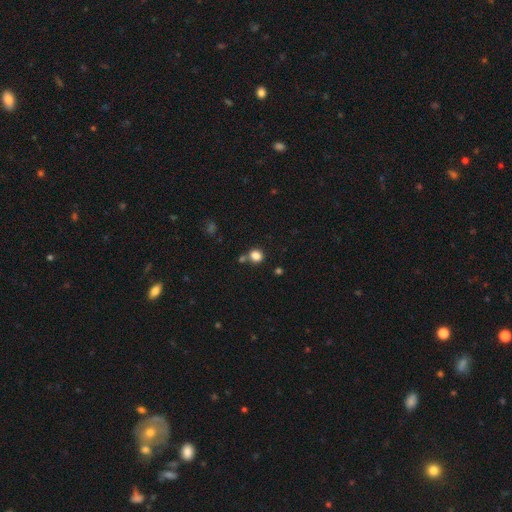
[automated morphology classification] The model was most divided on "merging": none: 70%, merger: 17%, minor disturbance: 10%, major disturbance: 3%. More confident: smooth or featured — smooth (83%); how rounded — round (82%).